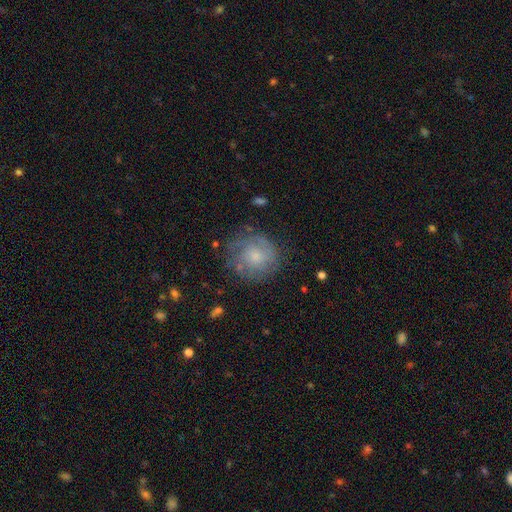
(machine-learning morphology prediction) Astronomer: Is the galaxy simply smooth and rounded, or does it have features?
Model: featured or disk — 50% (runner-up: smooth, 41%).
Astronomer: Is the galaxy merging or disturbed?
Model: none — 70%.